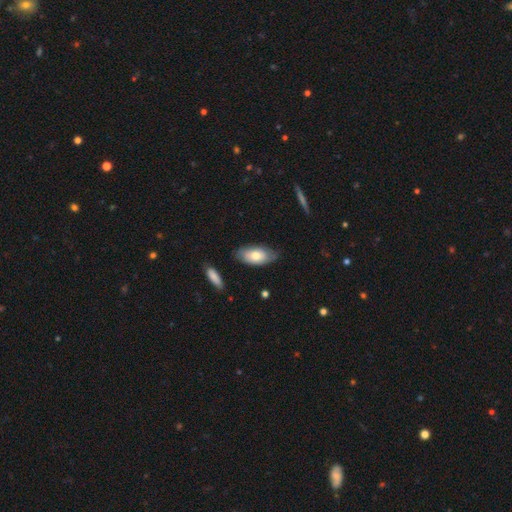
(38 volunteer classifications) Smooth or featured? 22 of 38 (58%) said smooth. How rounded? 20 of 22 (91%) said in between. Merging? 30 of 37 (81%) said none.